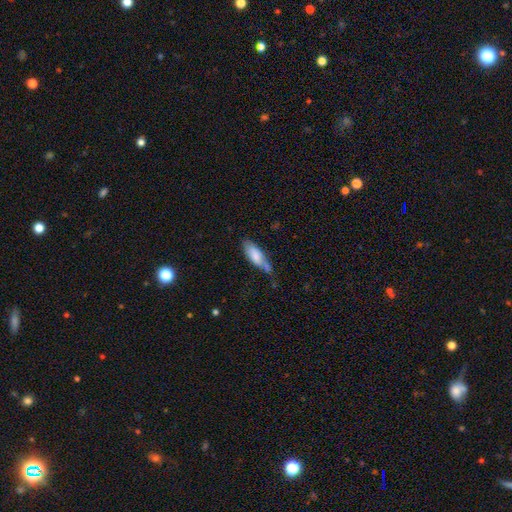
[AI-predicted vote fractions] Q: Smooth or featured?
A: smooth (78%); runner-up: featured or disk (16%)
Q: How rounded?
A: in between (65%); runner-up: cigar-shaped (34%)
Q: Merging?
A: none (45%); runner-up: minor disturbance (34%)